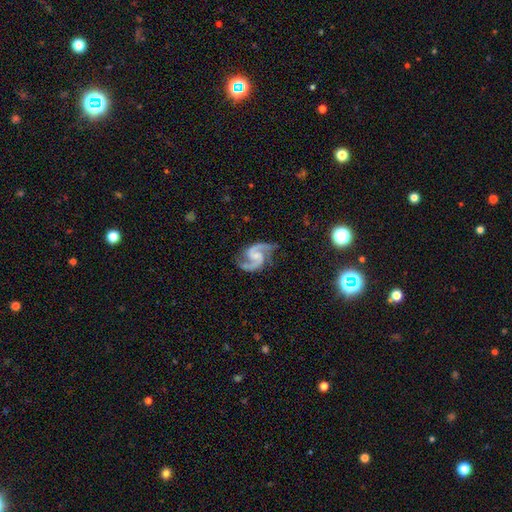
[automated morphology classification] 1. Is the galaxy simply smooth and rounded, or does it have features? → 93% featured or disk, 4% star or artifact, 3% smooth.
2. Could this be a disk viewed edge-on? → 98% no, 2% yes.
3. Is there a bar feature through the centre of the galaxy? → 47% no, 41% weak, 12% strong.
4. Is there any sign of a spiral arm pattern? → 99% yes, 1% no.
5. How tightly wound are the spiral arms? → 63% medium, 23% loose, 14% tight.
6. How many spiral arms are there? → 95% 2, 1% can't tell, 1% 3, 1% 1, 1% 4, 1% more than 4.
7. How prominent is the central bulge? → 48% small, 27% none, 22% moderate, 2% large, 1% dominant.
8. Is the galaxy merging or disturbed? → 78% none, 15% minor disturbance, 6% major disturbance, 2% merger.